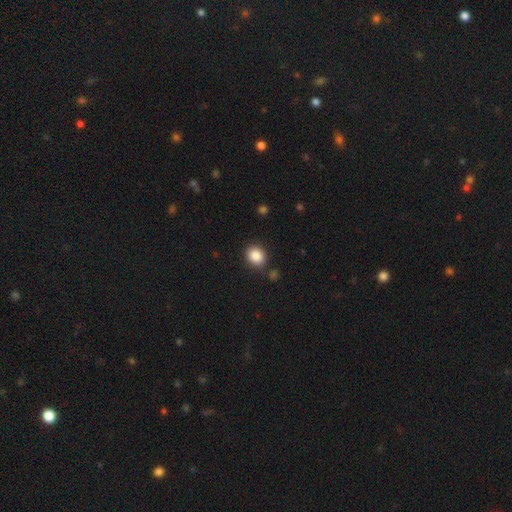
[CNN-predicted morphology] smooth 86%, star or artifact 9%, featured or disk 5%. Down the decision tree: how rounded — round (66%); merging — none (85%).